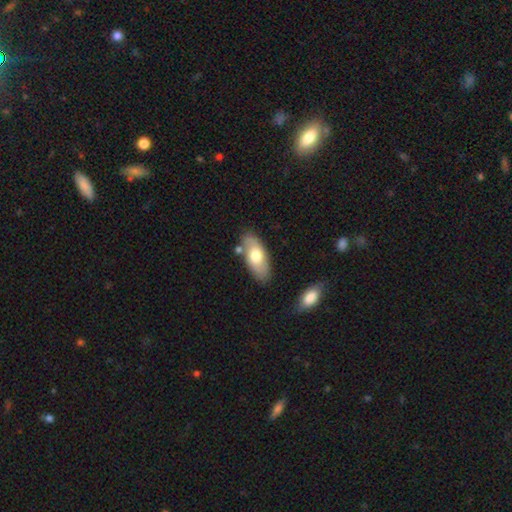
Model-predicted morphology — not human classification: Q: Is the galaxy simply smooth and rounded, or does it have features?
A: smooth — 65%.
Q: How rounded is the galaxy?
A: in between — 88%.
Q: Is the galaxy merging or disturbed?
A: none — 75%.